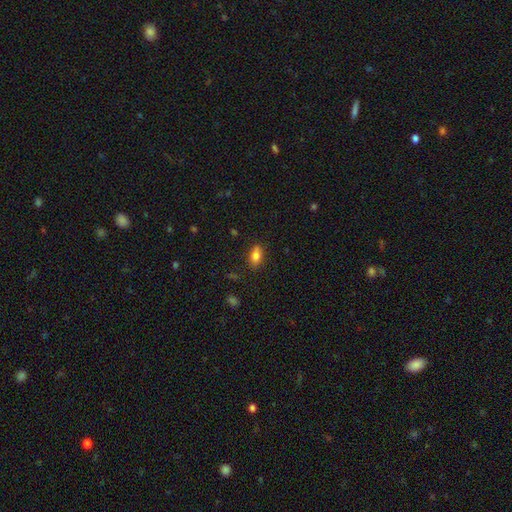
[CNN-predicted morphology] A smooth galaxy with no disk features (81%) that is in between round and cigar-shaped (85%). Merging: none (76%).